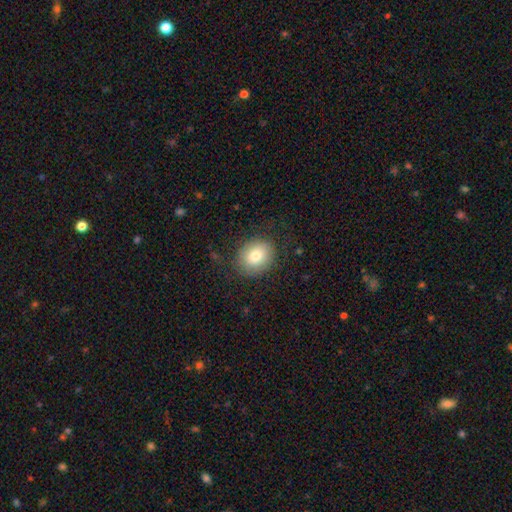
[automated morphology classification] smooth-or-featured: smooth: 78% | featured or disk: 13% | star or artifact: 9%
  how-rounded: round: 64% | in between: 35% | cigar-shaped: 1%
  merging: none: 79% | minor disturbance: 14% | major disturbance: 6% | merger: 1%